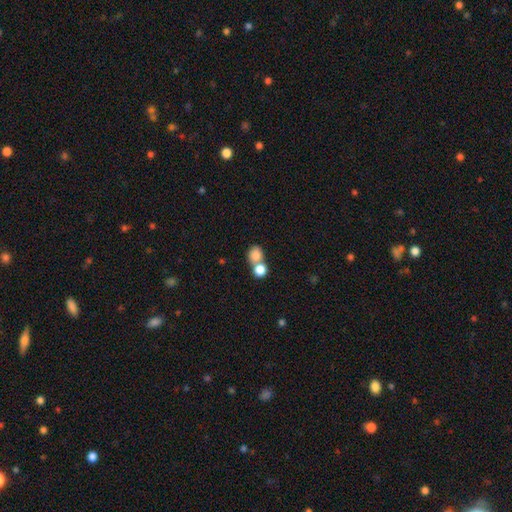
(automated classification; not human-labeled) Smooth or featured?
  - smooth: 82% *
  - star or artifact: 10%
  - featured or disk: 8%
How rounded?
  - round: 70% *
  - in between: 29%
  - cigar-shaped: 1%
Merging?
  - merger: 53% *
  - none: 36%
  - minor disturbance: 7%
  - major disturbance: 3%